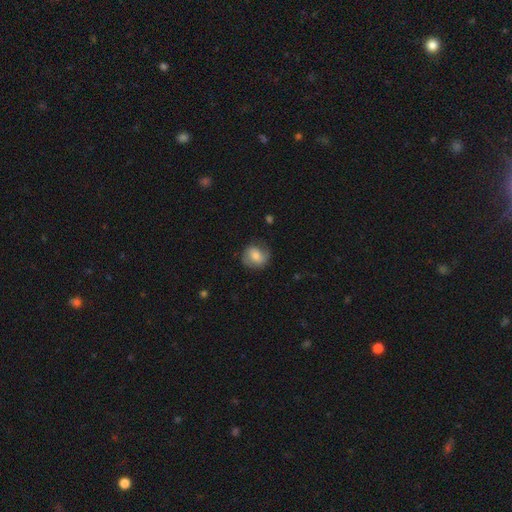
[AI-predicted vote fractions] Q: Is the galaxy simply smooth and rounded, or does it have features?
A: smooth — 60%.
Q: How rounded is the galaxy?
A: round — 71%.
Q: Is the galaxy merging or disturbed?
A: none — 70%.